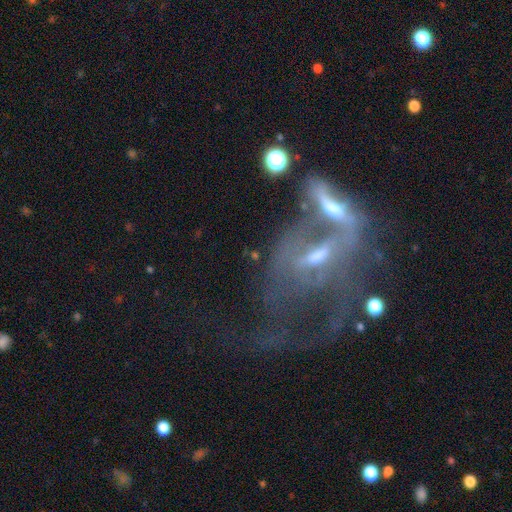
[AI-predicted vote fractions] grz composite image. It shows a featured or disk galaxy (60%). Merging: merger (35%).